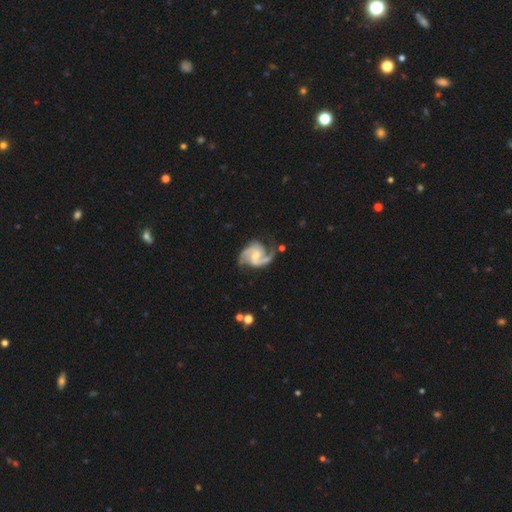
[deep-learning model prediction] The model was most divided on "bulge size": small: 48%, moderate: 40%, none: 8%, large: 2%, dominant: 1%. Remaining: edge-on disk — no (98%); spiral arms — yes (98%); smooth or featured — featured or disk (92%); spiral arm count — 2 (88%); merging — none (70%); spiral winding — medium (59%); bar — weak (47%).